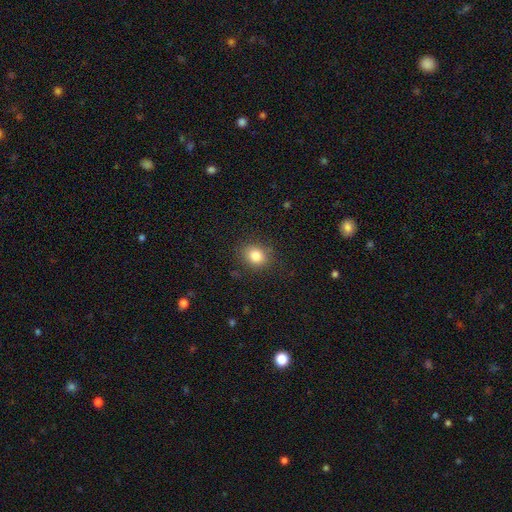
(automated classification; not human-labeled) smooth 82%, star or artifact 11%, featured or disk 7%. Down the decision tree: how rounded — round (59%); merging — none (85%).